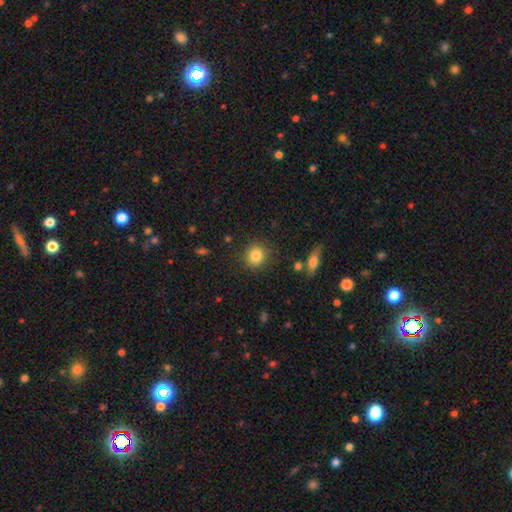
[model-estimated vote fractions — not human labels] Morphology: type=smooth (84%); roundness=round (86%); merging=none (88%).